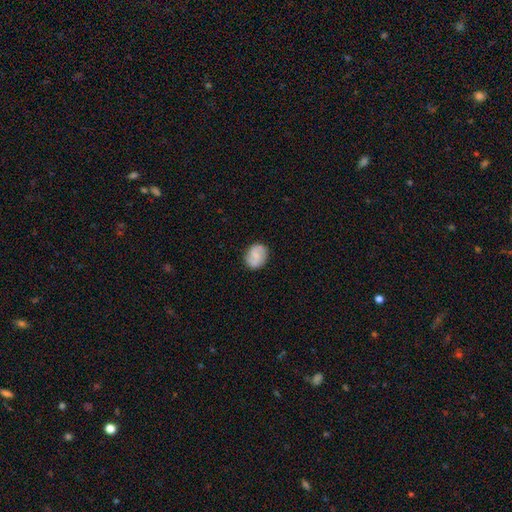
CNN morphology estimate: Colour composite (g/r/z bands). It shows a smooth galaxy with no disk features (61%) that is round (61%). Merging: none (82%).